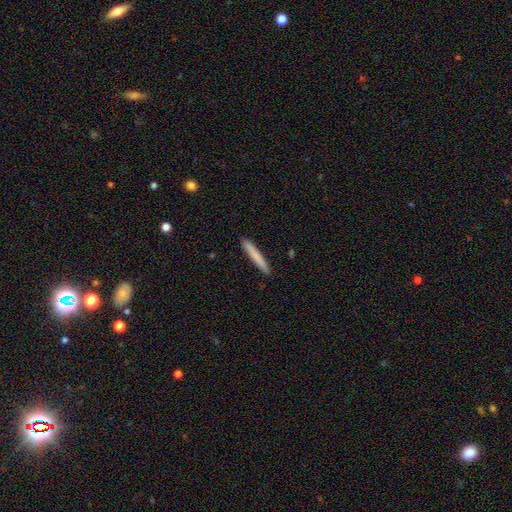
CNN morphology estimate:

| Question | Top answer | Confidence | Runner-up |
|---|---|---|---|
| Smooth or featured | smooth | 79% | featured or disk (15%) |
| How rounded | cigar-shaped | 96% | in between (3%) |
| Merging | none | 92% | minor disturbance (6%) |